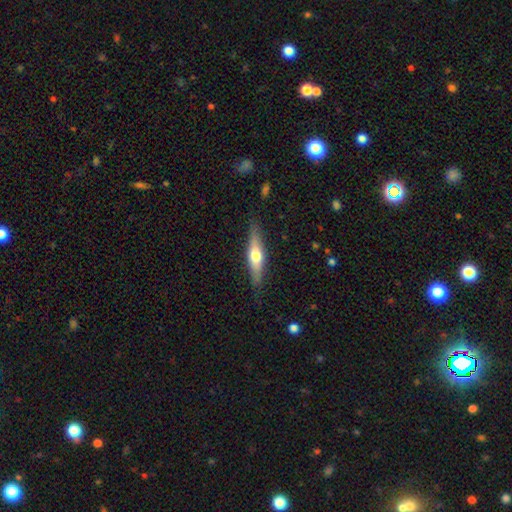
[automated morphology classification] Smooth or featured? Predicted: featured or disk (p=0.48). Merging? Predicted: none (p=0.84).